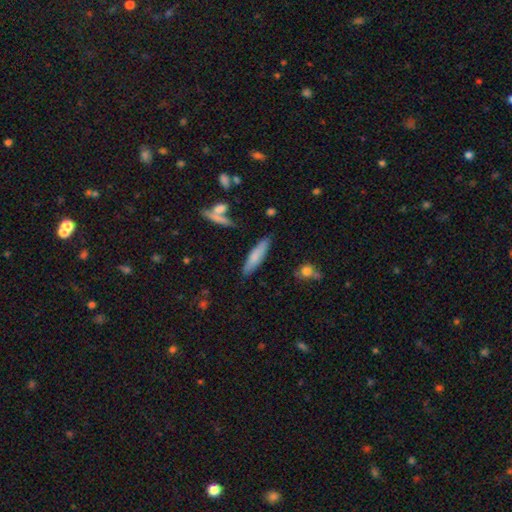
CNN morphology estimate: smooth_or_featured: smooth (p=0.75) [alt: featured or disk p=0.19]
how_rounded: cigar-shaped (p=0.72) [alt: in between p=0.26]
merging: none (p=0.82) [alt: minor disturbance p=0.12]